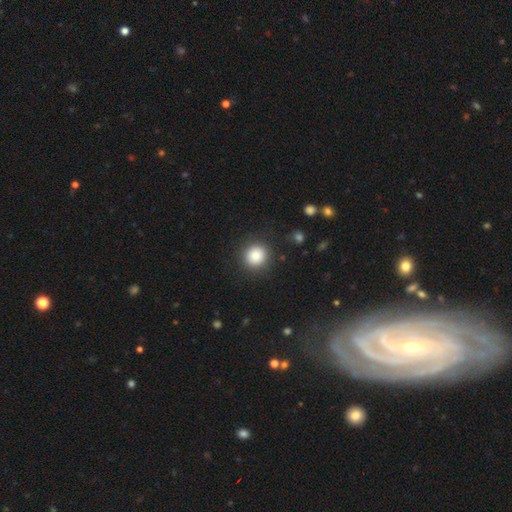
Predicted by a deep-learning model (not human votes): This is clearly a smooth galaxy (85%). How rounded: clearly round (93%). Merging: clearly none (89%).